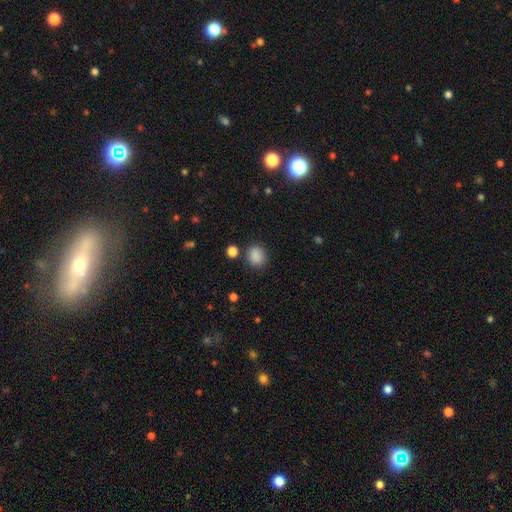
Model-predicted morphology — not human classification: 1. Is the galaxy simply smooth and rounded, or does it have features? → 86% smooth, 10% star or artifact, 4% featured or disk.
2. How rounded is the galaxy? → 64% round, 35% in between, 1% cigar-shaped.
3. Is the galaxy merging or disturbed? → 81% none, 11% minor disturbance, 4% merger, 4% major disturbance.